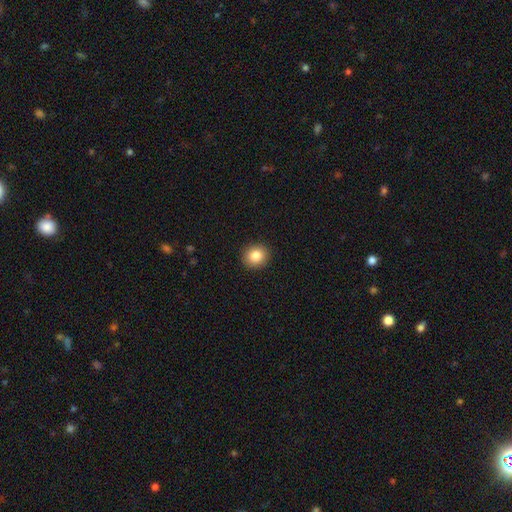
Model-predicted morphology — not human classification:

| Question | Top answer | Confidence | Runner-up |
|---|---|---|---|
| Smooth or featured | smooth | 84% | star or artifact (10%) |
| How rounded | round | 81% | in between (18%) |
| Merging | none | 92% | minor disturbance (5%) |